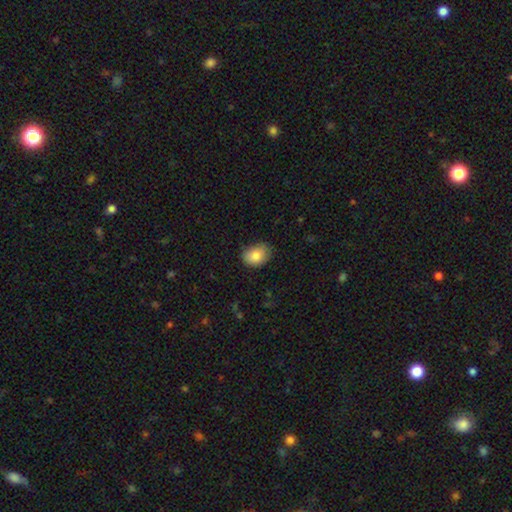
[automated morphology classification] smooth_or_featured: smooth (p=0.83) [alt: featured or disk p=0.09]
how_rounded: in between (p=0.67) [alt: round p=0.32]
merging: none (p=0.75) [alt: minor disturbance p=0.21]